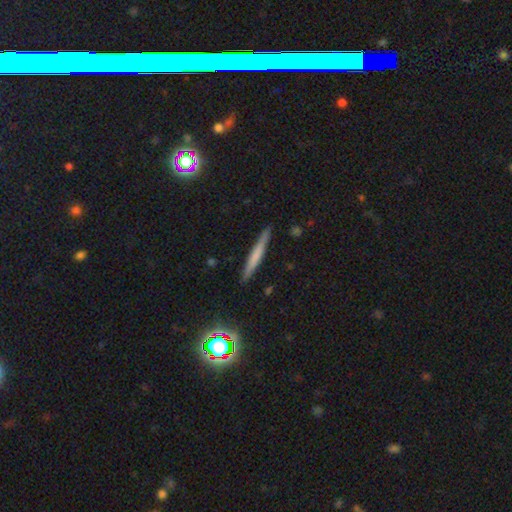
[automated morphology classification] The model was most divided on "smooth or featured": smooth: 53%, featured or disk: 38%, star or artifact: 9%. More confident: how rounded — cigar-shaped (95%); merging — none (89%).